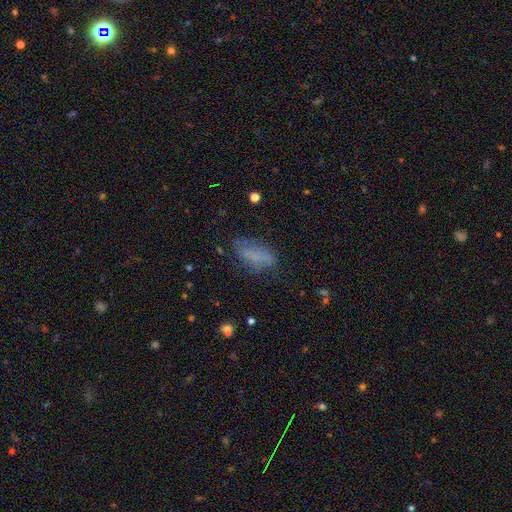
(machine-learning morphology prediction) The model was most divided on "merging": none: 56%, minor disturbance: 26%, major disturbance: 15%, merger: 3%. More confident: how rounded — in between (75%); smooth or featured — smooth (63%).